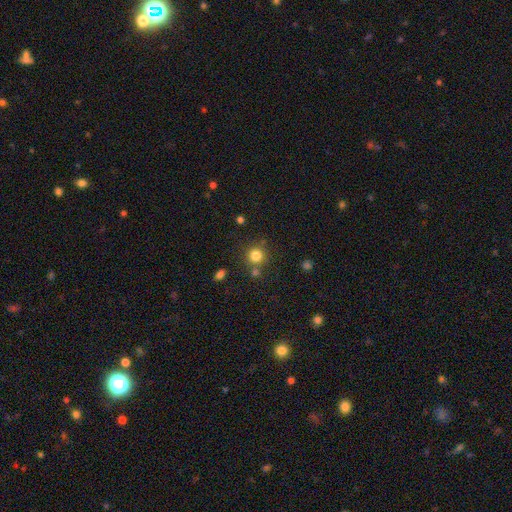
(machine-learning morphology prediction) Q: Smooth or featured?
A: smooth (81%); runner-up: star or artifact (13%)
Q: How rounded?
A: round (92%); runner-up: in between (7%)
Q: Merging?
A: none (75%); runner-up: merger (12%)